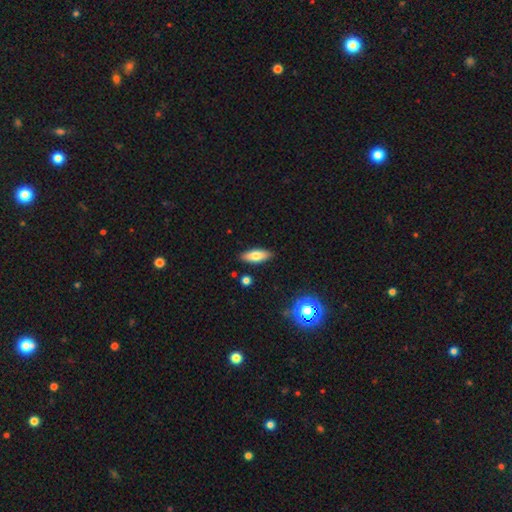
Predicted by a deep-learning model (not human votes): smooth-or-featured: smooth: 74% | featured or disk: 18% | star or artifact: 8%
  how-rounded: in between: 70% | cigar-shaped: 27% | round: 3%
  merging: none: 88% | minor disturbance: 9% | merger: 2% | major disturbance: 2%